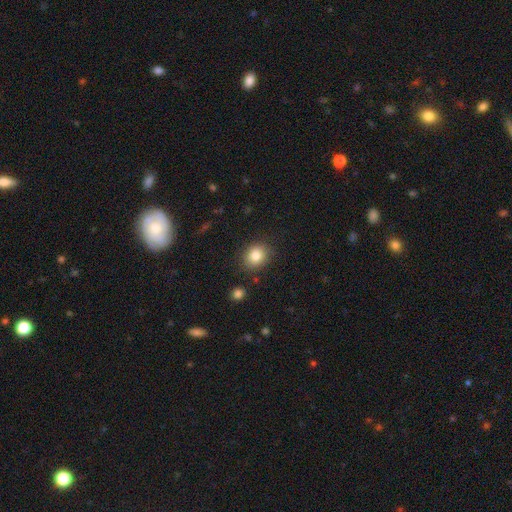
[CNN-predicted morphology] smooth_or_featured: smooth (p=0.84) [alt: star or artifact p=0.10]
how_rounded: round (p=0.63) [alt: in between p=0.36]
merging: none (p=0.84) [alt: minor disturbance p=0.11]